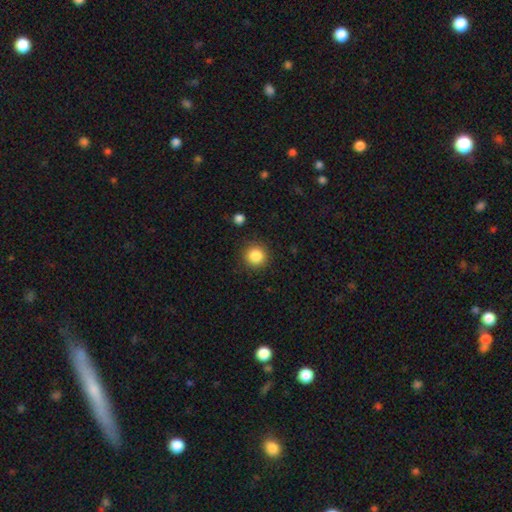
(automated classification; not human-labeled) Overall: smooth (86%). How rounded: round (94%). Merging: none (89%).